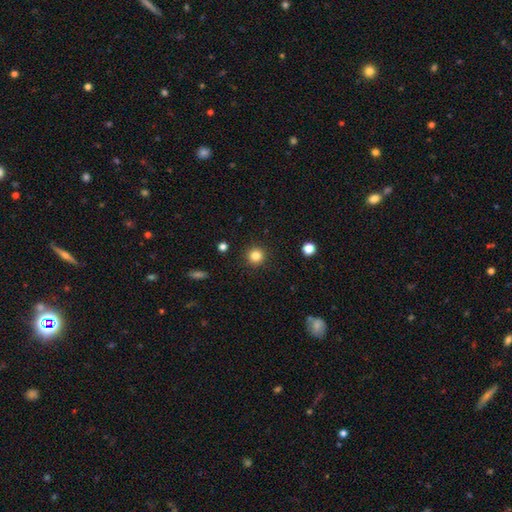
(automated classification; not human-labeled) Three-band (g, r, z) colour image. It shows a smooth galaxy with no disk features (83%) that is round (95%). Merging: none (92%).